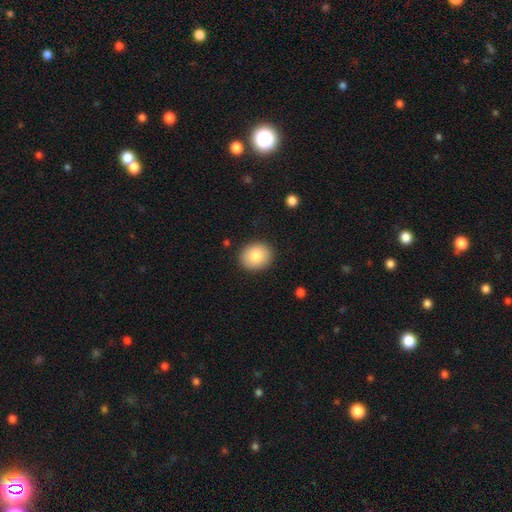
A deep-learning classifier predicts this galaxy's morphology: Smooth or featured? smooth (84%)
How rounded? round (58%)
Merging? none (89%)